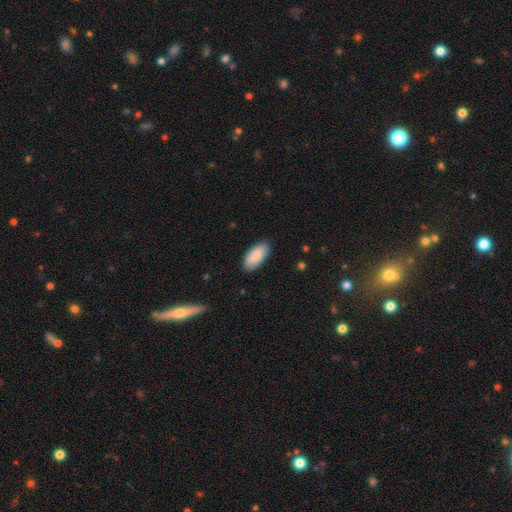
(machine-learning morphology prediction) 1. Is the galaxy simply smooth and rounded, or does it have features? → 89% smooth, 6% star or artifact, 6% featured or disk.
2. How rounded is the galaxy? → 93% in between, 6% cigar-shaped, 2% round.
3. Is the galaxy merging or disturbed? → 86% none, 11% minor disturbance, 2% major disturbance, 1% merger.